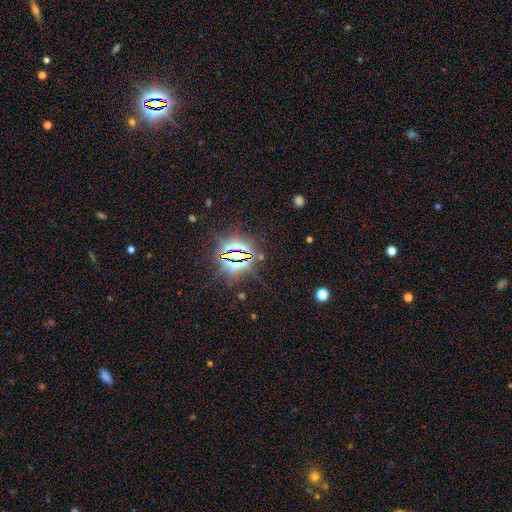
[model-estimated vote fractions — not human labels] smooth-or-featured: star or artifact: 84% | smooth: 8% | featured or disk: 8%